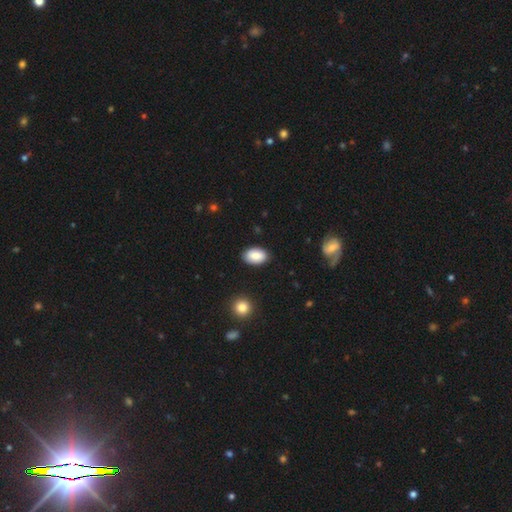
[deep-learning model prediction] smooth 86%, featured or disk 7%, star or artifact 7%. Down the decision tree: how rounded — in between (91%); merging — none (87%).